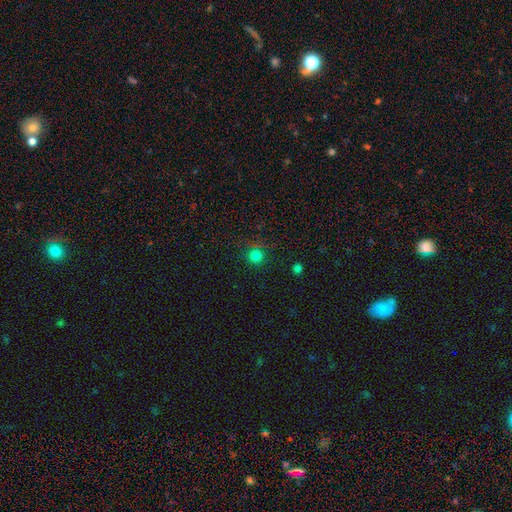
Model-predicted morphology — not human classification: smooth-or-featured: smooth: 79% | star or artifact: 17% | featured or disk: 4%
  how-rounded: round: 94% | in between: 5% | cigar-shaped: 1%
  merging: none: 85% | minor disturbance: 9% | major disturbance: 4% | merger: 2%